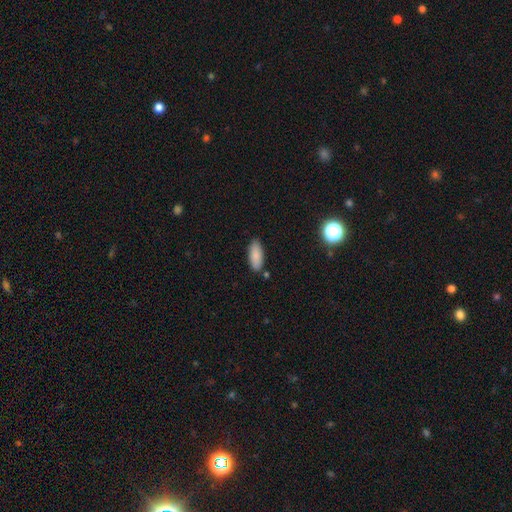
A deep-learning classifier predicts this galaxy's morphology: type=smooth (87%); roundness=in between (83%); merging=none (83%).